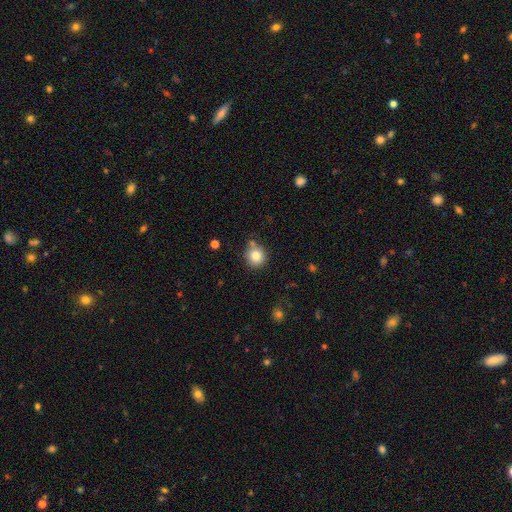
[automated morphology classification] A smooth galaxy with no disk features (81%) that is round (91%).

Vote fractions:
- Smooth or featured? smooth: 81% / star or artifact: 11% / featured or disk: 8%
- How rounded? round: 91% / in between: 8% / cigar-shaped: 1%
- Merging? none: 76% / minor disturbance: 13% / merger: 8% / major disturbance: 3%